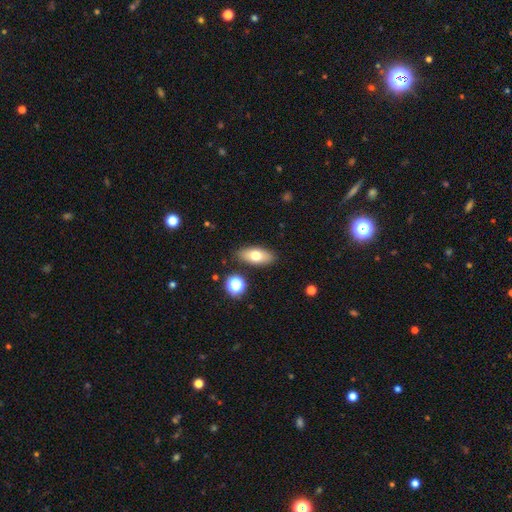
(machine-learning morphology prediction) Smooth or featured? smooth (71%)
How rounded? in between (82%)
Merging? none (86%)